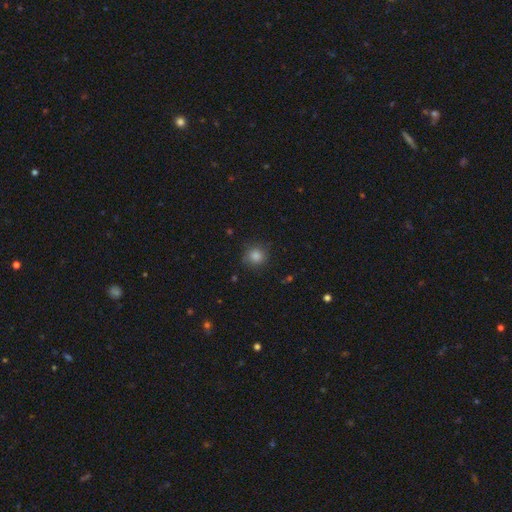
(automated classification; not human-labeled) This appears to be a smooth galaxy with no disk features (83%) that is round (90%). Merging: none (83%).